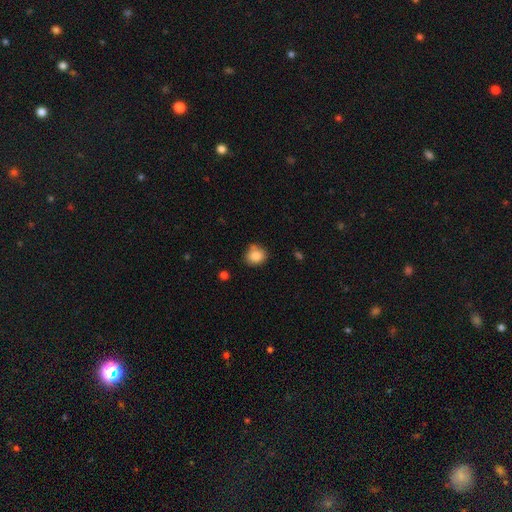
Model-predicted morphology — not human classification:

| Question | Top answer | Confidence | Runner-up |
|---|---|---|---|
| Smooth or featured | smooth | 84% | star or artifact (9%) |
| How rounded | round | 76% | in between (23%) |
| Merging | none | 73% | minor disturbance (17%) |